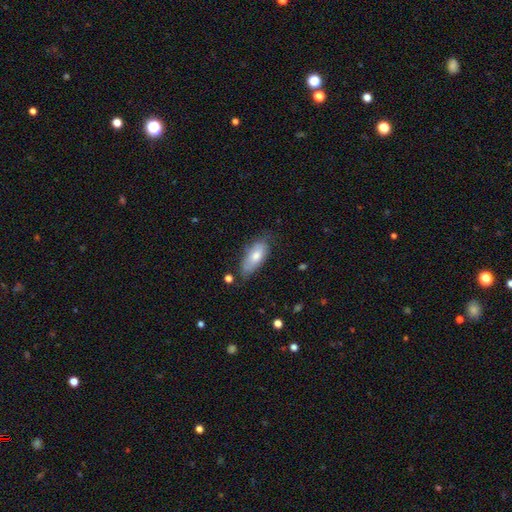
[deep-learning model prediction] Morphology: type=smooth (69%); roundness=in between (81%); merging=none (61%).